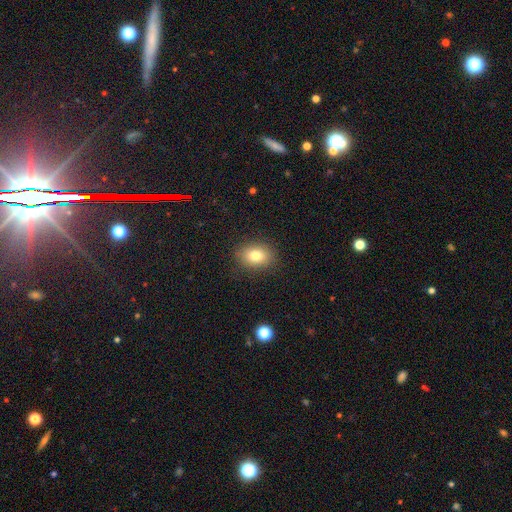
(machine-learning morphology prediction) Smooth or featured? Predicted: smooth (p=0.79). How rounded? Predicted: in between (p=0.67). Merging? Predicted: none (p=0.87).